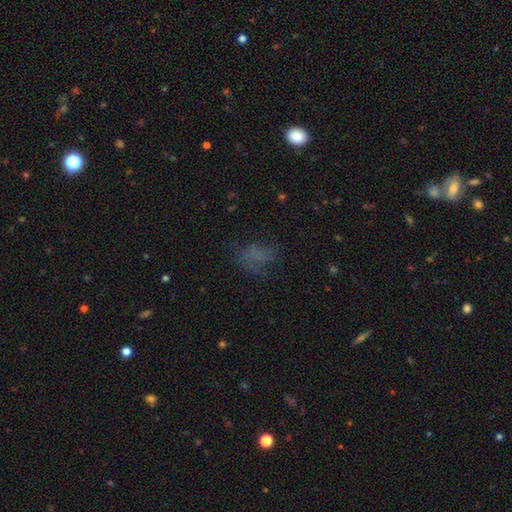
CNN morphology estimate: The model was most divided on "smooth or featured": smooth: 54%, star or artifact: 26%, featured or disk: 21%. More confident: how rounded — in between (68%); merging — none (53%).